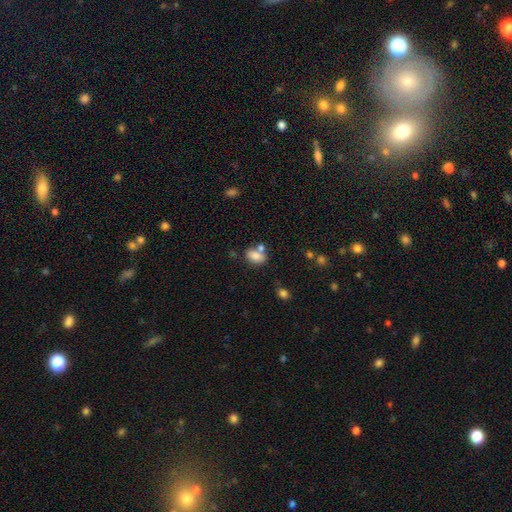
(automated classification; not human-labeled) Morphology: type=smooth (81%); roundness=in between (82%); merging=none (50%).